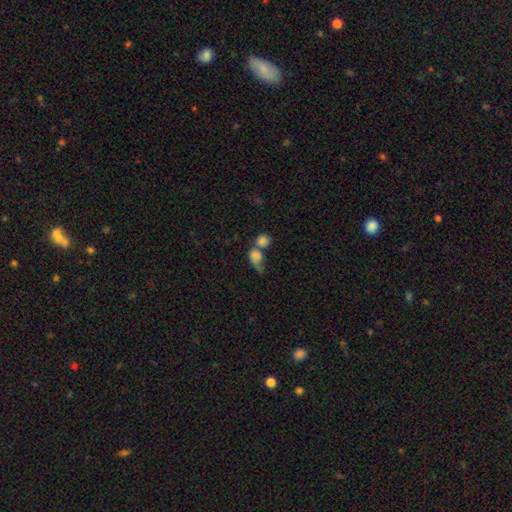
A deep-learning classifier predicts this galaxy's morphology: Q: Smooth or featured?
A: smooth (72%); runner-up: featured or disk (17%)
Q: How rounded?
A: in between (61%); runner-up: round (35%)
Q: Merging?
A: merger (59%); runner-up: major disturbance (15%)